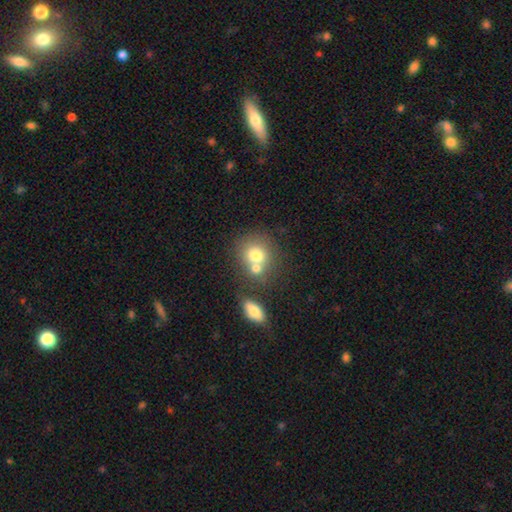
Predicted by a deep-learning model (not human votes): A smooth galaxy with no disk features (73%) that is round (78%).

Vote fractions:
- Smooth or featured? smooth: 73% / featured or disk: 17% / star or artifact: 10%
- How rounded? round: 78% / in between: 21% / cigar-shaped: 1%
- Merging? merger: 48% / none: 40% / minor disturbance: 8% / major disturbance: 4%